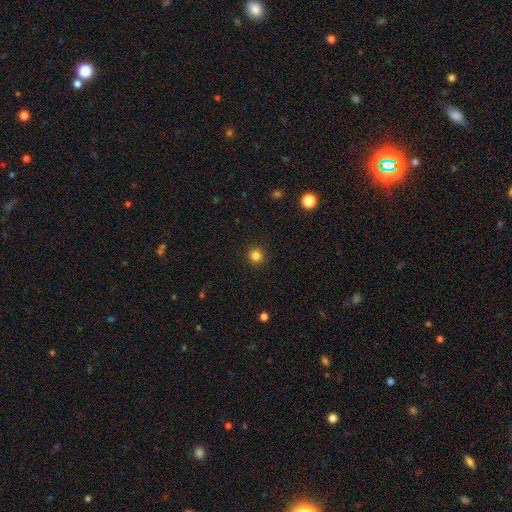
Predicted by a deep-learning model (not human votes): Smooth or featured? smooth (84%)
How rounded? round (95%)
Merging? none (93%)